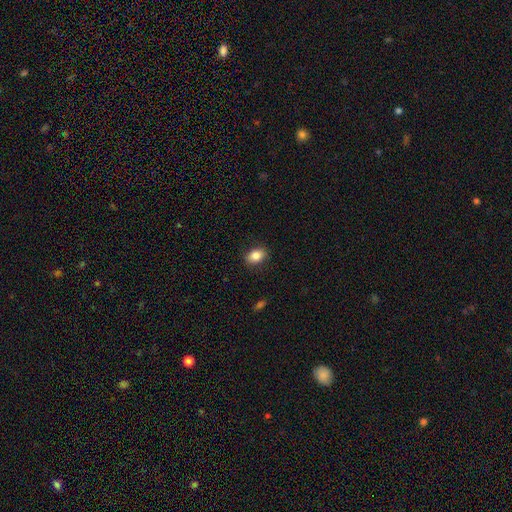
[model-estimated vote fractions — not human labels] A smooth galaxy with no disk features (85%) that is in between round and cigar-shaped (78%). Merging: none (87%).